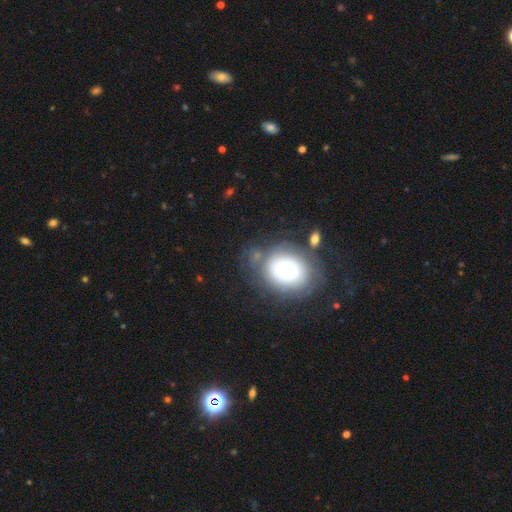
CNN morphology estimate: A smooth galaxy with no disk features (56%) that is in between round and cigar-shaped (58%).

Vote fractions:
- Smooth or featured? smooth: 56% / featured or disk: 31% / star or artifact: 13%
- How rounded? in between: 58% / round: 41% / cigar-shaped: 1%
- Merging? none: 64% / minor disturbance: 19% / major disturbance: 11% / merger: 5%